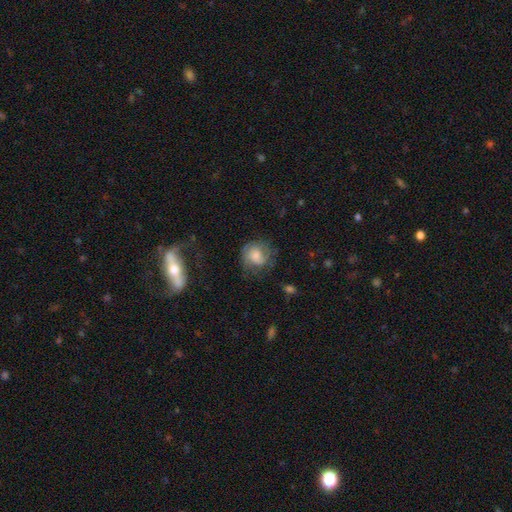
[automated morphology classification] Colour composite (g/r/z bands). It shows a featured or disk galaxy (45%, tied with smooth). Merging: none (58%).